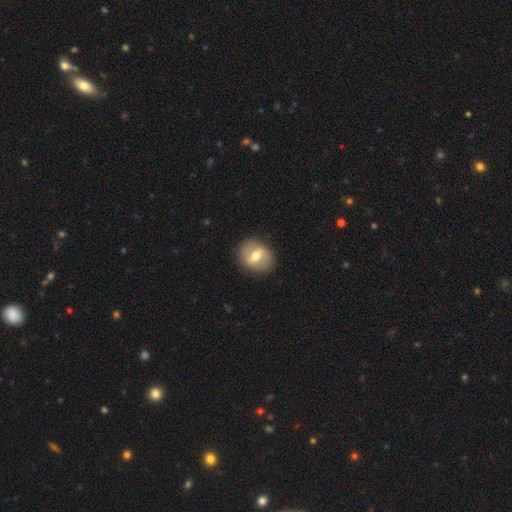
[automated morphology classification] A smooth galaxy with no disk features (50%) that is round (63%).

Vote fractions:
- Smooth or featured? smooth: 50% / featured or disk: 43% / star or artifact: 7%
- How rounded? round: 63% / in between: 35% / cigar-shaped: 1%
- Merging? none: 86% / minor disturbance: 10% / major disturbance: 3% / merger: 1%